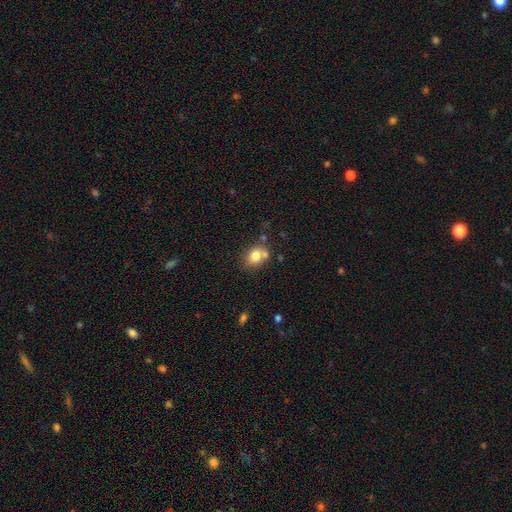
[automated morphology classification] smooth-or-featured: smooth: 78% | featured or disk: 11% | star or artifact: 10%
  how-rounded: round: 50% | in between: 49% | cigar-shaped: 1%
  merging: none: 57% | merger: 23% | minor disturbance: 16% | major disturbance: 5%